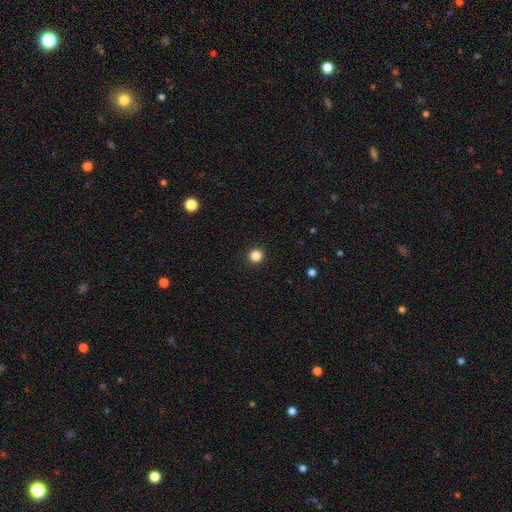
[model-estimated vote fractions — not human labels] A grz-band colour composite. It shows a smooth galaxy with no disk features (85%) that is round (95%). Merging: none (93%).